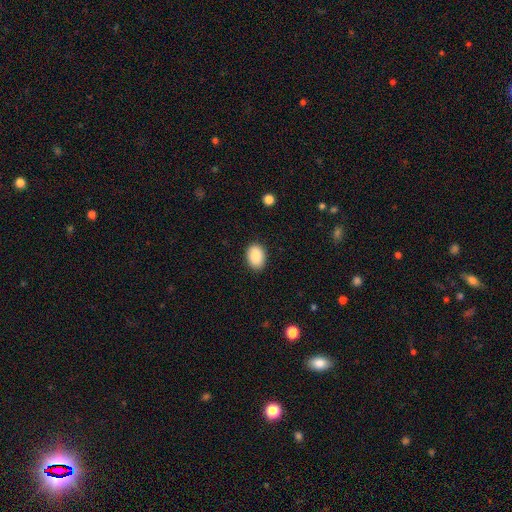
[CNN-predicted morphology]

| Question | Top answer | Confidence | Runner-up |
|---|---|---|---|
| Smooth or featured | smooth | 89% | star or artifact (7%) |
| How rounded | in between | 84% | round (14%) |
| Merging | none | 87% | minor disturbance (10%) |